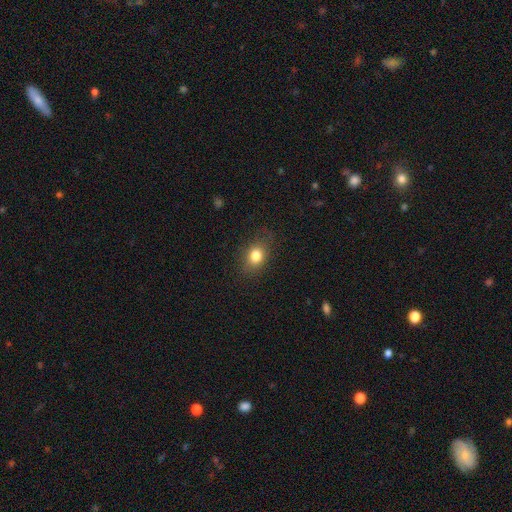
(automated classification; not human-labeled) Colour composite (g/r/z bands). It shows a smooth galaxy with no disk features (81%) that is in between round and cigar-shaped (59%). Merging: none (80%).